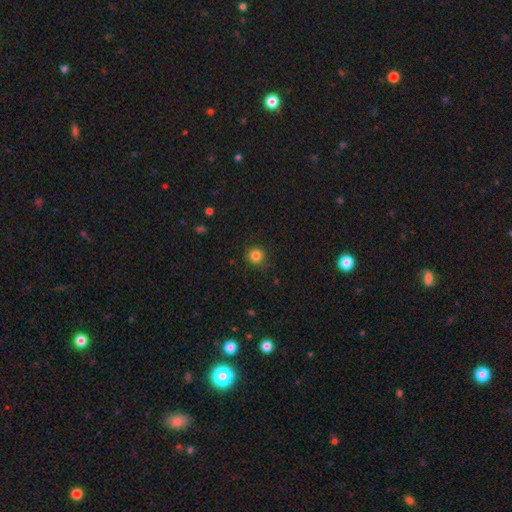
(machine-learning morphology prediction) Overall: smooth (84%). How rounded: round (93%). Merging: none (87%).